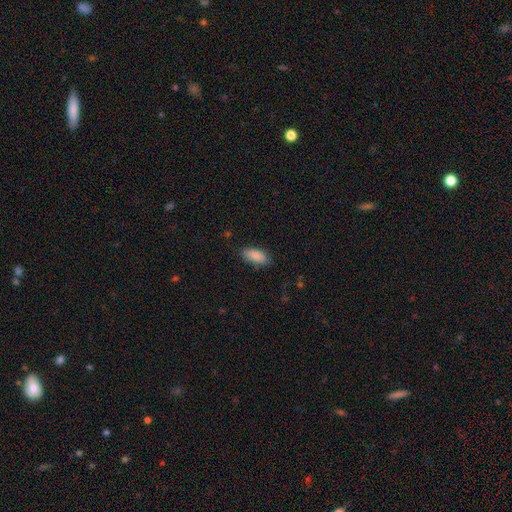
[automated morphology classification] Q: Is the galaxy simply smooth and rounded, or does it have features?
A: smooth — 87%.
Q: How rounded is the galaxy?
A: in between — 88%.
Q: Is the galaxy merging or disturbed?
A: none — 80%.